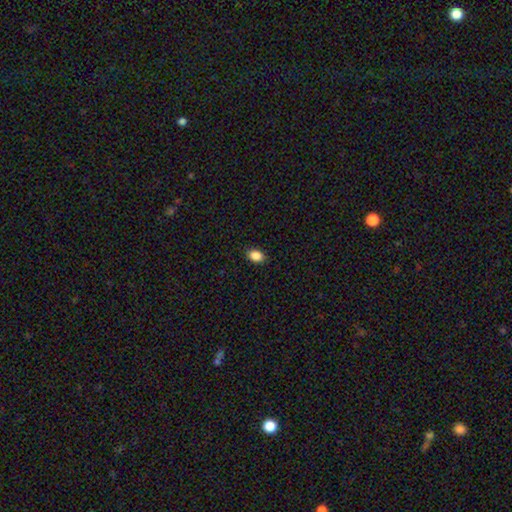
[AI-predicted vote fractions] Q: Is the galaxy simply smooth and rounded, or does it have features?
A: smooth — 88%.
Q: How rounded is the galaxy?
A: in between — 81%.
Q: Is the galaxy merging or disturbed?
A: none — 89%.